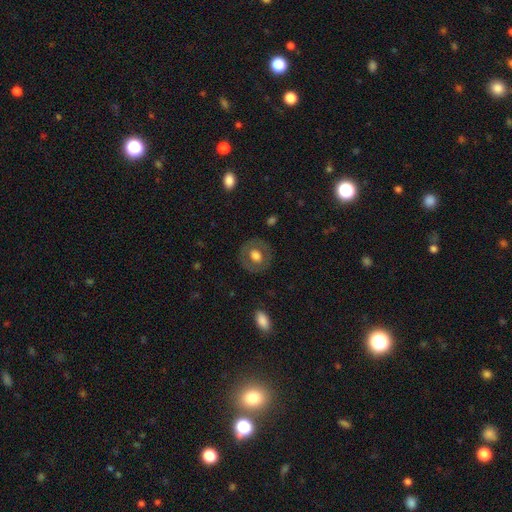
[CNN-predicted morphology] smooth 59%, featured or disk 34%, star or artifact 7%. Down the decision tree: how rounded — round (76%); merging — none (84%).